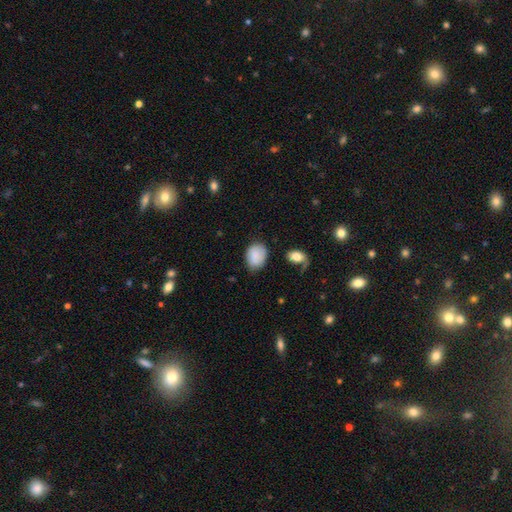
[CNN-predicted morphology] smooth-or-featured: smooth: 85% | featured or disk: 8% | star or artifact: 7%
  how-rounded: in between: 63% | round: 36% | cigar-shaped: 1%
  merging: none: 69% | minor disturbance: 23% | major disturbance: 5% | merger: 3%